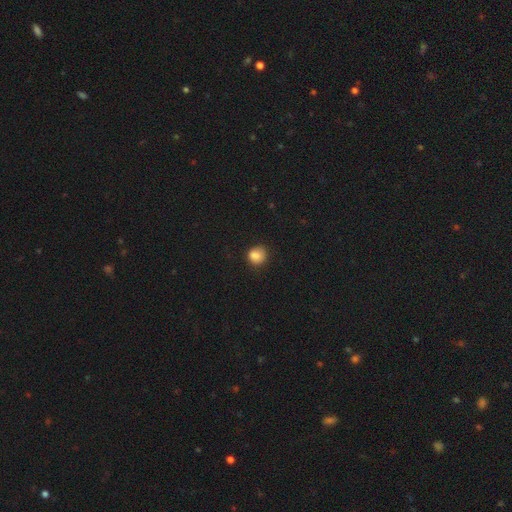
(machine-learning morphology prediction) Smooth or featured? Predicted: smooth (p=0.85). How rounded? Predicted: round (p=0.85). Merging? Predicted: none (p=0.79).